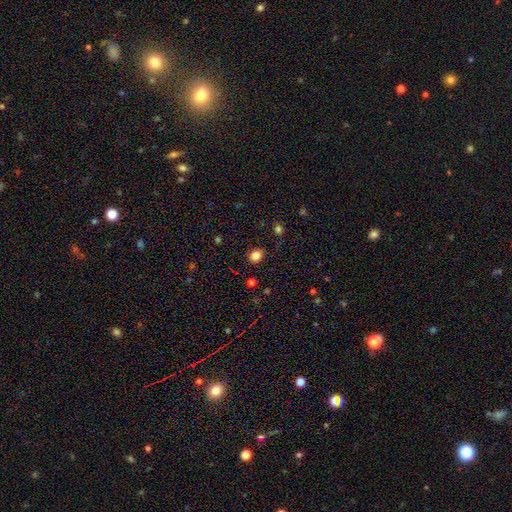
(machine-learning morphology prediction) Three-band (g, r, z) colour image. It shows a smooth galaxy with no disk features (83%) that is round (68%). Merging: none (87%).